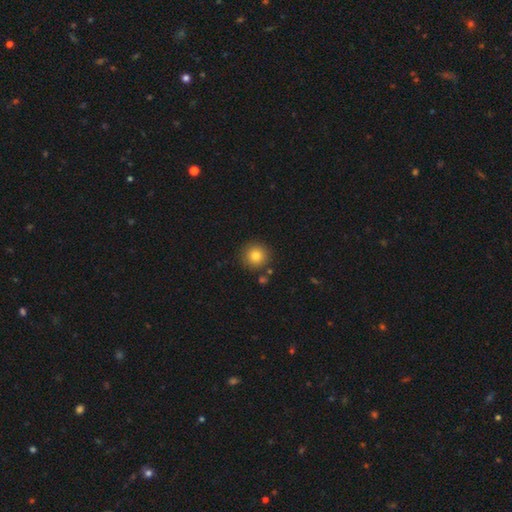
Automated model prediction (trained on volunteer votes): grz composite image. It shows a smooth galaxy with no disk features (81%) that is round (95%). Merging: none (87%).